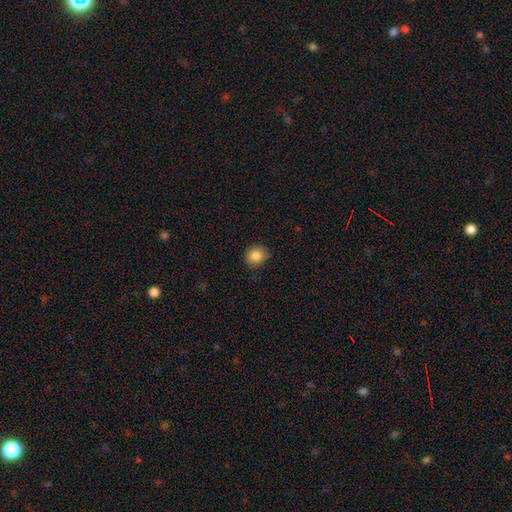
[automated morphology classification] Smooth or featured?
  - smooth: 86% *
  - star or artifact: 10%
  - featured or disk: 4%
How rounded?
  - round: 79% *
  - in between: 20%
  - cigar-shaped: 1%
Merging?
  - none: 85% *
  - minor disturbance: 12%
  - major disturbance: 2%
  - merger: 1%